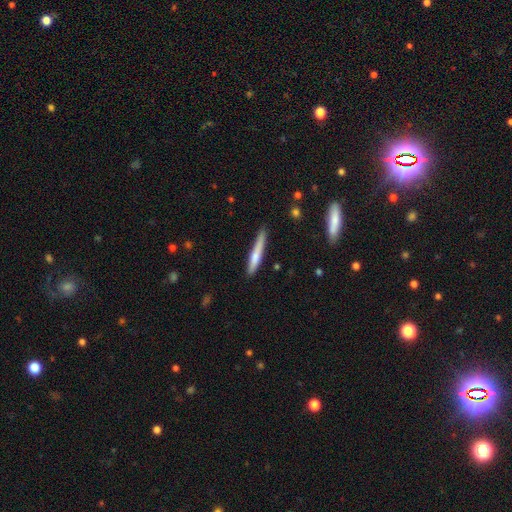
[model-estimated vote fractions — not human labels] A smooth galaxy with no disk features (66%) that is cigar-shaped (94%).

Vote fractions:
- Smooth or featured? smooth: 66% / featured or disk: 29% / star or artifact: 6%
- How rounded? cigar-shaped: 94% / in between: 5% / round: 1%
- Merging? none: 76% / minor disturbance: 19% / major disturbance: 3% / merger: 2%